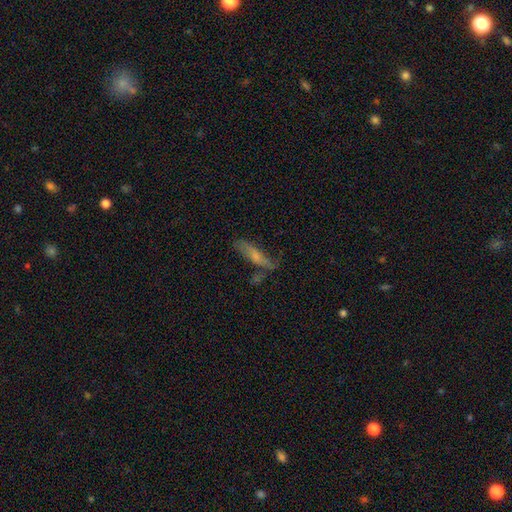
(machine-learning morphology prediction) A smooth galaxy with no disk features (51%) that is cigar-shaped (72%).

Vote fractions:
- Smooth or featured? smooth: 51% / featured or disk: 39% / star or artifact: 10%
- How rounded? cigar-shaped: 72% / in between: 26% / round: 3%
- Merging? none: 52% / minor disturbance: 25% / major disturbance: 13% / merger: 10%